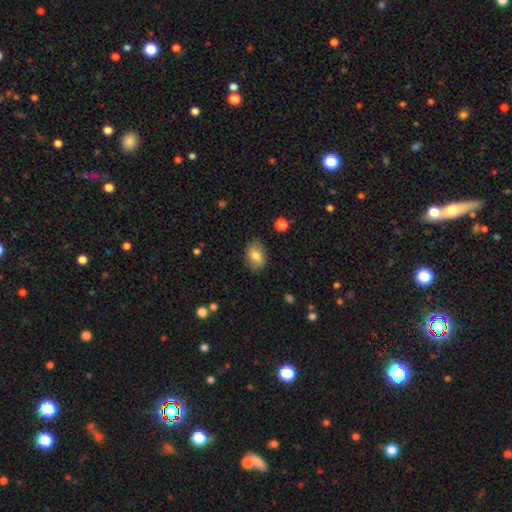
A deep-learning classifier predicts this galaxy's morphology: smooth-or-featured: smooth: 77% | featured or disk: 15% | star or artifact: 8%
  how-rounded: in between: 72% | round: 27% | cigar-shaped: 1%
  merging: none: 83% | minor disturbance: 13% | major disturbance: 3% | merger: 1%